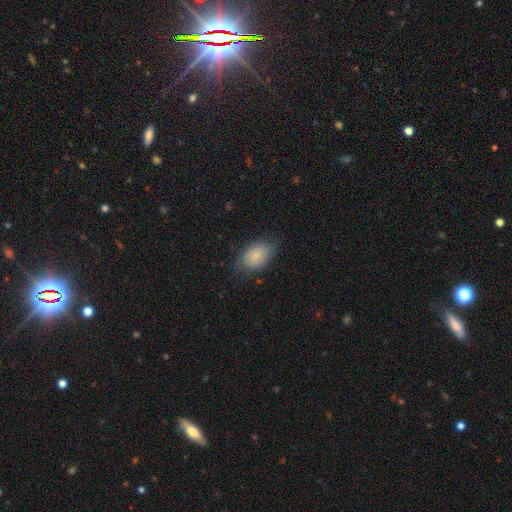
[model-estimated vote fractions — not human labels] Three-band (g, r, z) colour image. It shows a smooth galaxy with no disk features (81%) that is in between round and cigar-shaped (86%). Merging: none (67%).